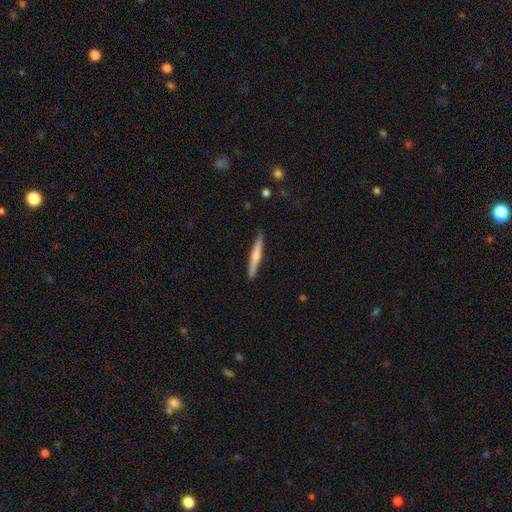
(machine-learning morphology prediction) Q: Smooth or featured?
A: smooth (51%); runner-up: featured or disk (44%)
Q: How rounded?
A: cigar-shaped (95%); runner-up: in between (4%)
Q: Merging?
A: none (89%); runner-up: minor disturbance (9%)